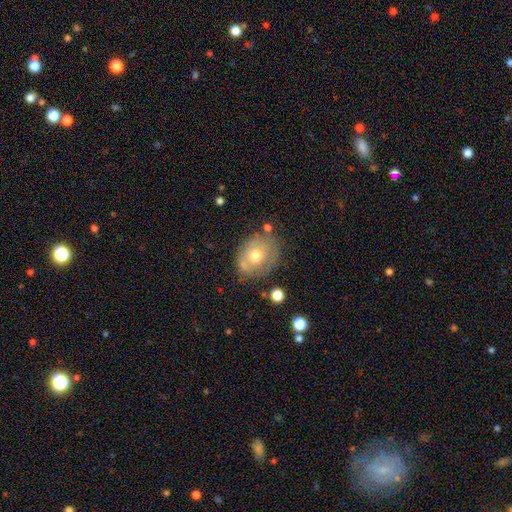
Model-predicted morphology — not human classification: smooth 59%, featured or disk 33%, star or artifact 9%. Down the decision tree: how rounded — in between (51%); merging — none (62%).